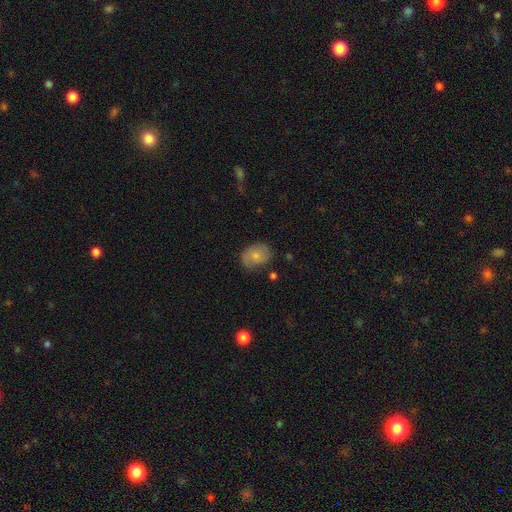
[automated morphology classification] A smooth galaxy with no disk features (72%) that is in between round and cigar-shaped (67%). Merging: none (66%).